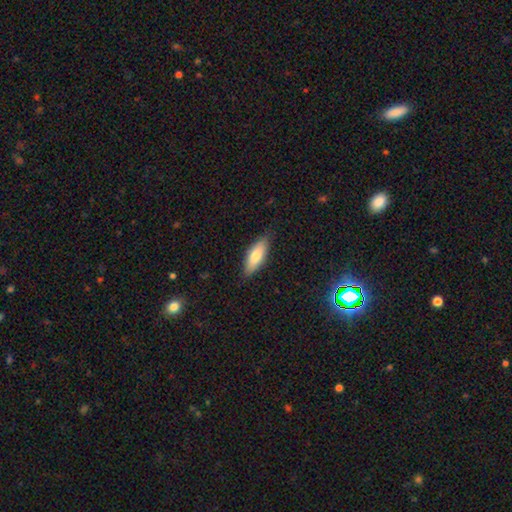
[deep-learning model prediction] Smooth or featured? Predicted: smooth (p=0.76). How rounded? Predicted: in between (p=0.62). Merging? Predicted: none (p=0.83).